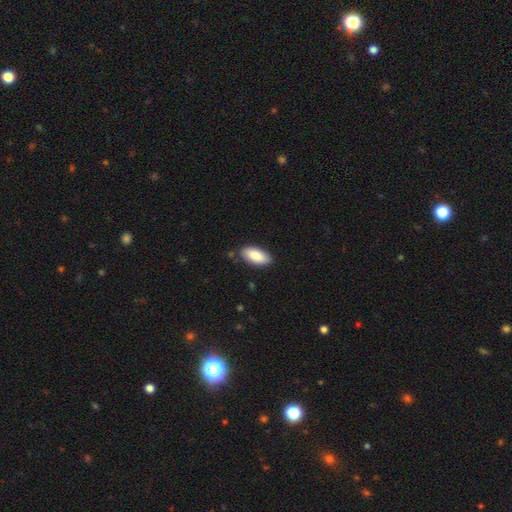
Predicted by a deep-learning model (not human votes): smooth-or-featured: smooth: 88% | featured or disk: 6% | star or artifact: 6%
  how-rounded: in between: 90% | cigar-shaped: 8% | round: 2%
  merging: none: 85% | minor disturbance: 11% | major disturbance: 2% | merger: 2%